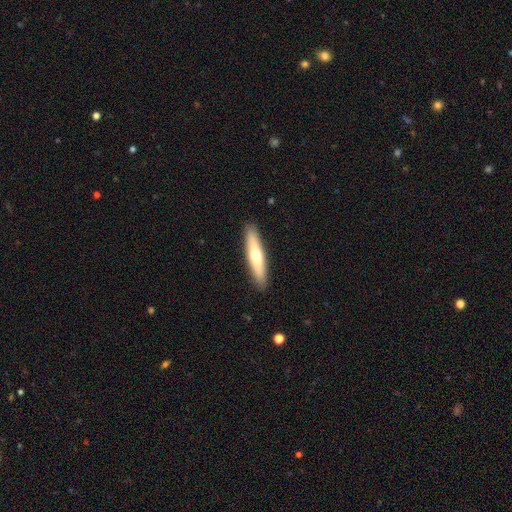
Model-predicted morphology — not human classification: smooth-or-featured: smooth: 57% | featured or disk: 38% | star or artifact: 5%
  how-rounded: cigar-shaped: 85% | in between: 14% | round: 1%
  merging: none: 91% | minor disturbance: 7% | major disturbance: 1% | merger: 1%